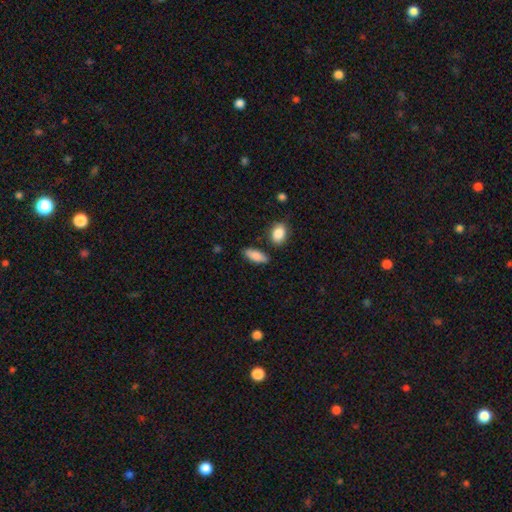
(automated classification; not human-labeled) A smooth galaxy with no disk features (85%) that is in between round and cigar-shaped (74%).

Vote fractions:
- Smooth or featured? smooth: 85% / featured or disk: 9% / star or artifact: 6%
- How rounded? in between: 74% / cigar-shaped: 22% / round: 3%
- Merging? none: 81% / minor disturbance: 12% / merger: 5% / major disturbance: 3%